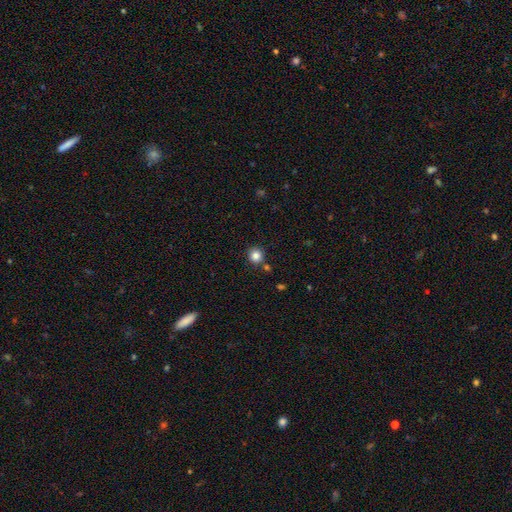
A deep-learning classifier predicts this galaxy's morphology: Smooth or featured: smooth — 84% (star or artifact — 11%)
How rounded: round — 91% (in between — 8%)
Merging: none — 84% (minor disturbance — 8%)